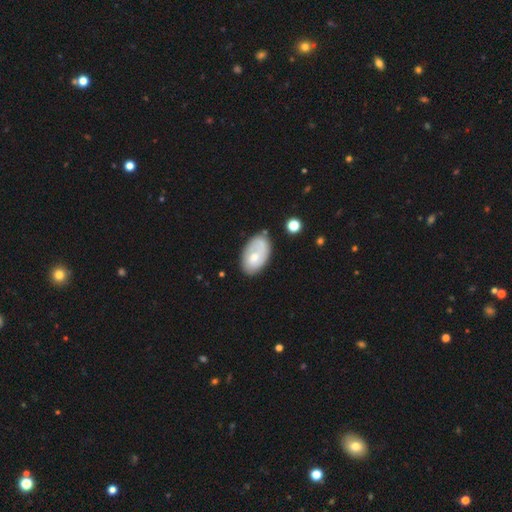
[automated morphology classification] This is possibly a smooth galaxy (54%). How rounded: clearly in between (92%). Merging: likely none (65%).